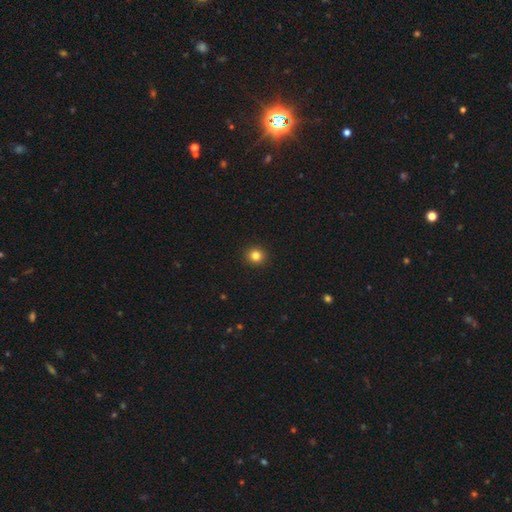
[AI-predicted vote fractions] Morphology: type=smooth (83%); roundness=round (91%); merging=none (93%).